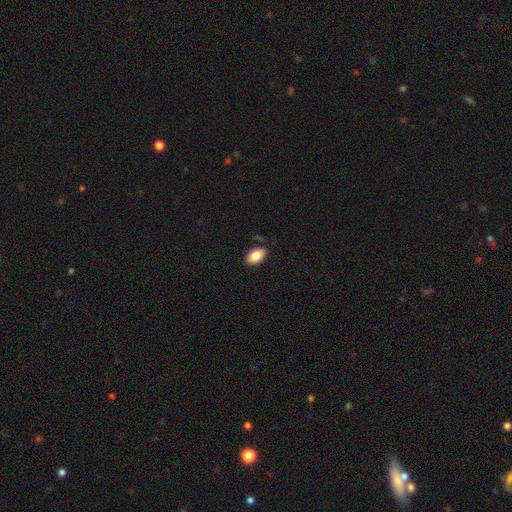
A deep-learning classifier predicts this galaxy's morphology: Smooth or featured: smooth — 85% (featured or disk — 8%)
How rounded: in between — 93% (round — 6%)
Merging: none — 84% (minor disturbance — 13%)